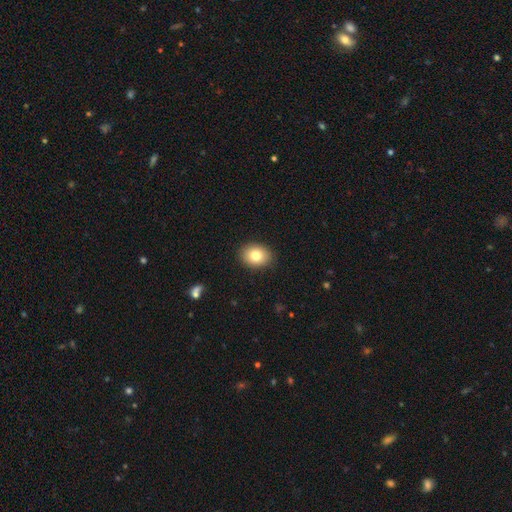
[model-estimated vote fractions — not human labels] Overall: smooth (82%). How rounded: in between (60%; round 39%). Merging: none (89%).